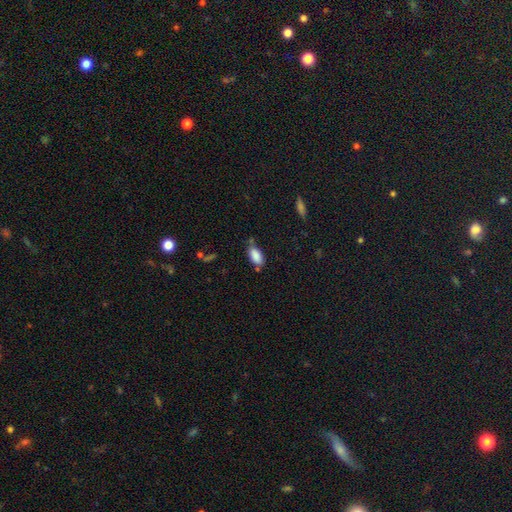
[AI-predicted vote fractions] Smooth or featured? smooth (86%)
How rounded? in between (90%)
Merging? none (66%)